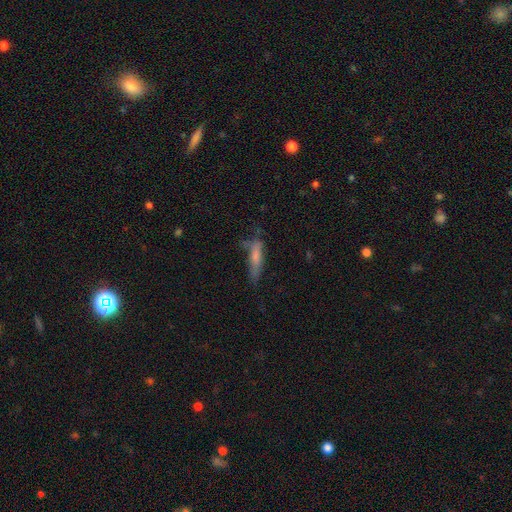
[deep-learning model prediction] smooth_or_featured: smooth (p=0.63) [alt: featured or disk p=0.28]
how_rounded: cigar-shaped (p=0.73) [alt: in between p=0.25]
merging: none (p=0.47) [alt: minor disturbance p=0.30]